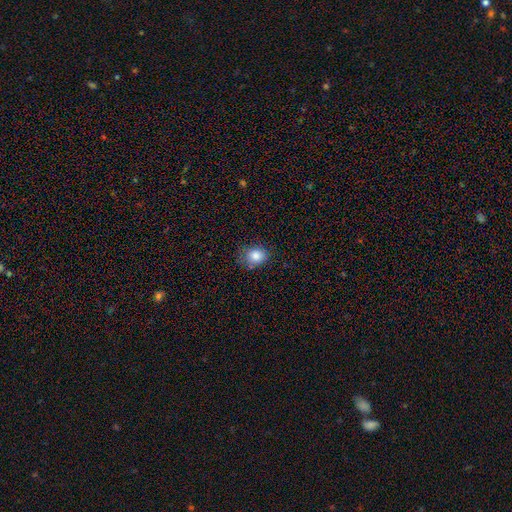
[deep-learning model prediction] A smooth galaxy with no disk features (84%) that is round (56%). Merging: none (64%).